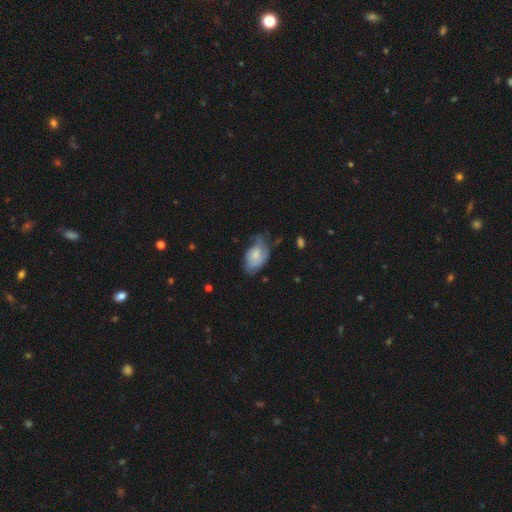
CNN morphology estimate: The model was most divided on "merging": minor disturbance: 41%, none: 35%, major disturbance: 21%, merger: 2%. More confident: how rounded — in between (90%); smooth or featured — smooth (59%).